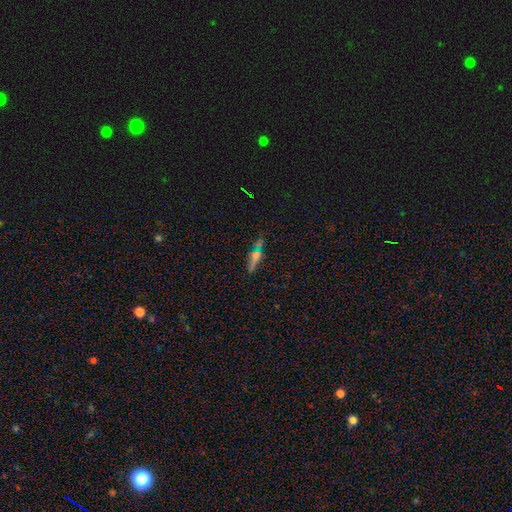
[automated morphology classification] smooth-or-featured: smooth: 45% | featured or disk: 32% | star or artifact: 23%
  merging: none: 58% | minor disturbance: 17% | merger: 15% | major disturbance: 10%